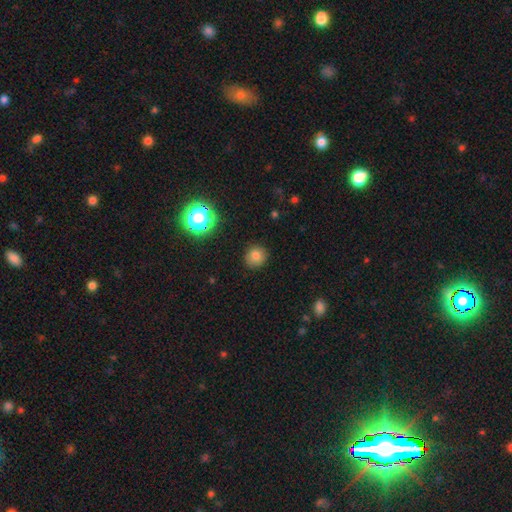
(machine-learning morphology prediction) Overall: smooth (78%). How rounded: round (88%). Merging: none (87%).